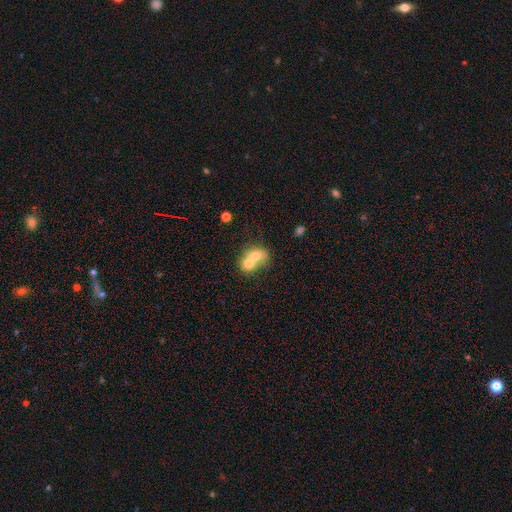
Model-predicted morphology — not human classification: smooth-or-featured: smooth: 66% | featured or disk: 25% | star or artifact: 9%
  how-rounded: round: 57% | in between: 42% | cigar-shaped: 1%
  merging: merger: 75% | none: 17% | minor disturbance: 5% | major disturbance: 3%